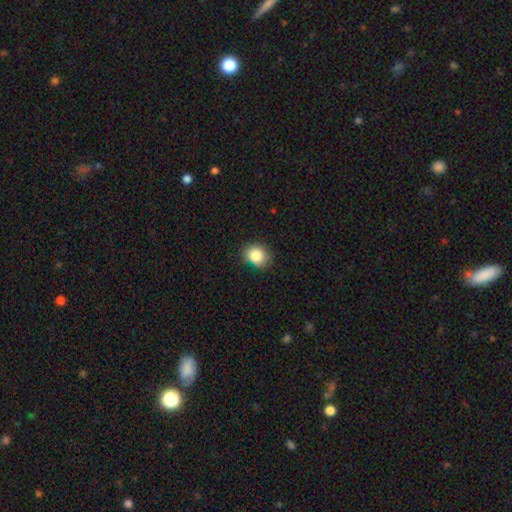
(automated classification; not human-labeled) This is clearly a smooth galaxy (84%). How rounded: possibly round (57%). Merging: likely none (79%).